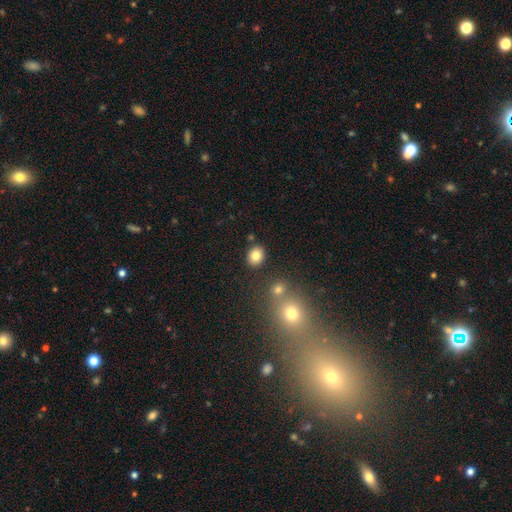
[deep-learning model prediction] Smooth or featured? Predicted: smooth (p=0.81). How rounded? Predicted: round (p=0.59). Merging? Predicted: none (p=0.84).